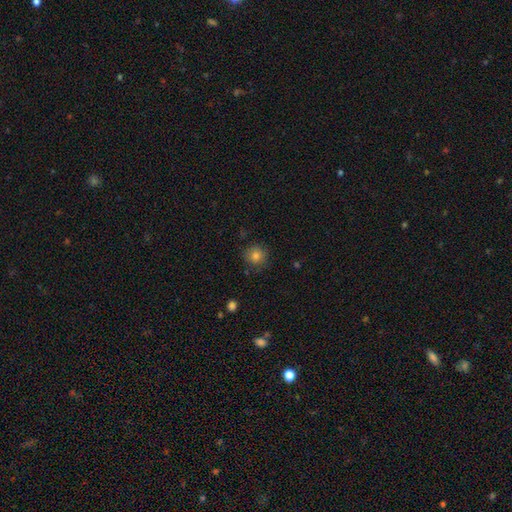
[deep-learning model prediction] Morphology: type=smooth (81%); roundness=round (90%); merging=none (82%).